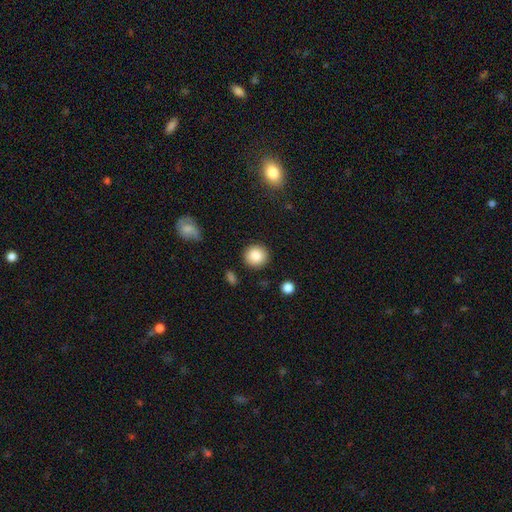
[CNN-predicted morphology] This appears to be a smooth galaxy with no disk features (87%) that is round (92%). Merging: none (89%).